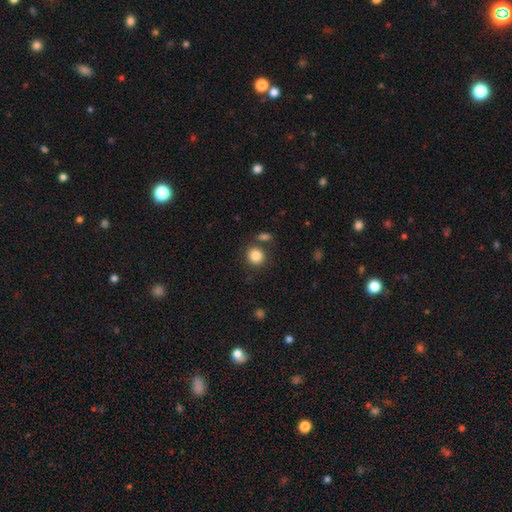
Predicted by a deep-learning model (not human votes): Smooth or featured: smooth — 85% (star or artifact — 10%)
How rounded: round — 87% (in between — 12%)
Merging: none — 77% (merger — 11%)